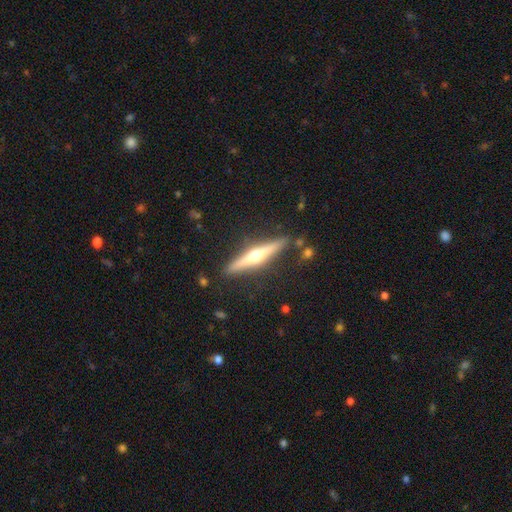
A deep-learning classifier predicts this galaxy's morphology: Smooth or featured? featured or disk (72%)
Edge-on disk? yes (97%)
Edge-on bulge? rounded (93%)
Merging? none (88%)